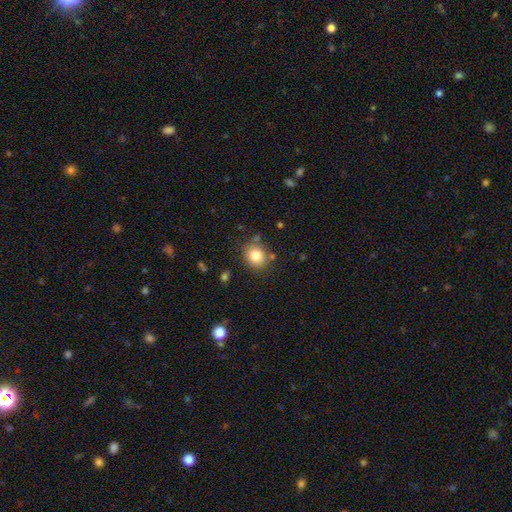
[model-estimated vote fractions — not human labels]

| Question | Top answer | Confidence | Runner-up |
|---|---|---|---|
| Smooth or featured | smooth | 81% | star or artifact (11%) |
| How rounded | round | 73% | in between (26%) |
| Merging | none | 80% | minor disturbance (12%) |